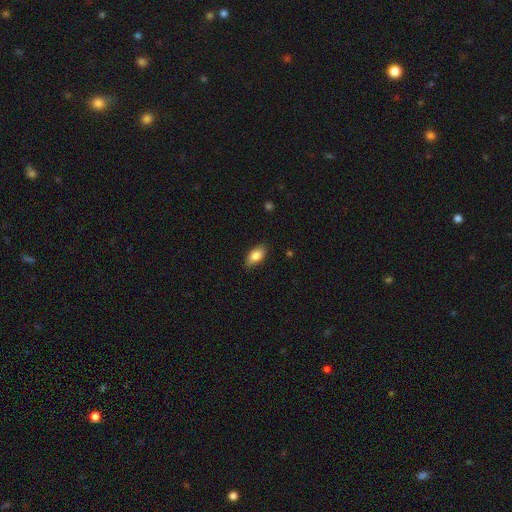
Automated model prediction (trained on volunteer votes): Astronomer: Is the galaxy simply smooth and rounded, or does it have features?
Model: smooth — 84%.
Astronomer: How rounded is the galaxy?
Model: in between — 91%.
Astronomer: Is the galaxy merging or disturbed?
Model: none — 85%.